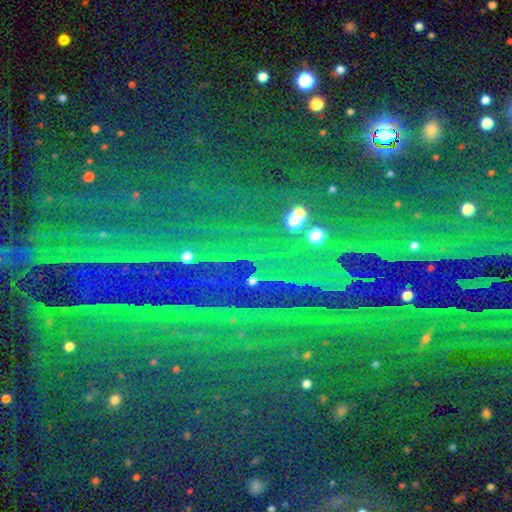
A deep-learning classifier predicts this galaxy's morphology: Smooth or featured?
  - star or artifact: 87% *
  - smooth: 7%
  - featured or disk: 6%